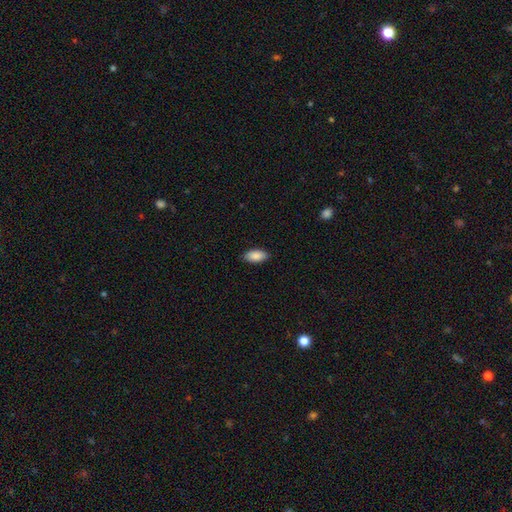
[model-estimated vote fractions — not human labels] smooth 89%, star or artifact 6%, featured or disk 5%. Down the decision tree: how rounded — in between (92%); merging — none (87%).